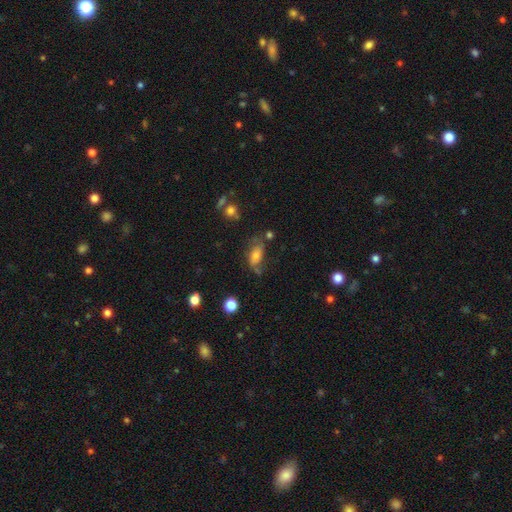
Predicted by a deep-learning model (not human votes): The model was most divided on "merging": none: 45%, minor disturbance: 26%, major disturbance: 20%, merger: 9%. More confident: how rounded — in between (85%); smooth or featured — smooth (58%).